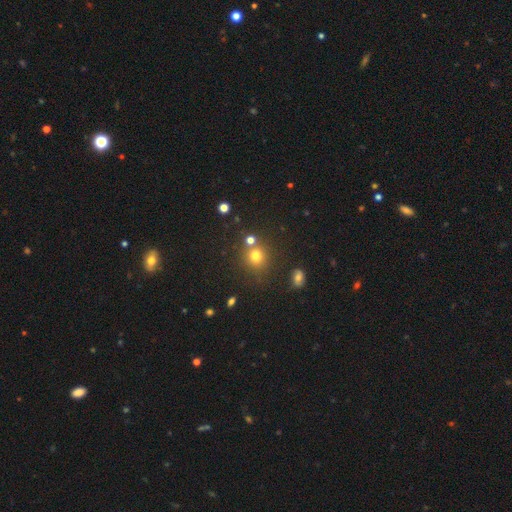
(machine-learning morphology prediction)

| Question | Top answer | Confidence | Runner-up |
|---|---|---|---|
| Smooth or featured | smooth | 73% | star or artifact (18%) |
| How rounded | round | 86% | in between (13%) |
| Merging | none | 70% | merger (15%) |